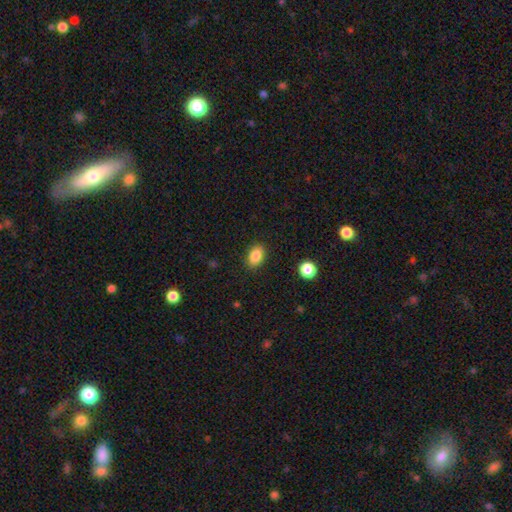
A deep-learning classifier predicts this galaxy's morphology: Smooth or featured? smooth (86%)
How rounded? in between (83%)
Merging? none (87%)